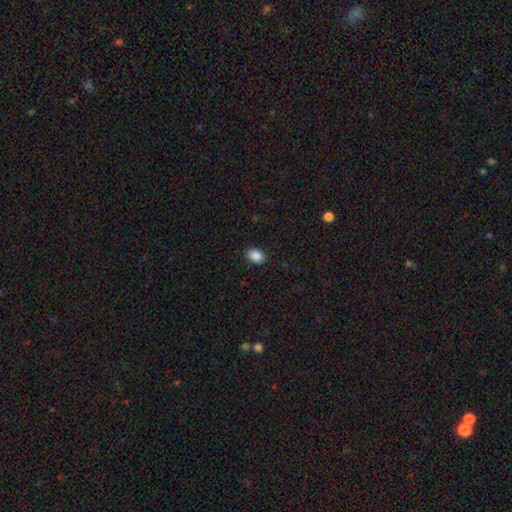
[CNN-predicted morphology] Q: Smooth or featured?
A: smooth (89%); runner-up: star or artifact (8%)
Q: How rounded?
A: in between (75%); runner-up: round (24%)
Q: Merging?
A: none (89%); runner-up: minor disturbance (8%)